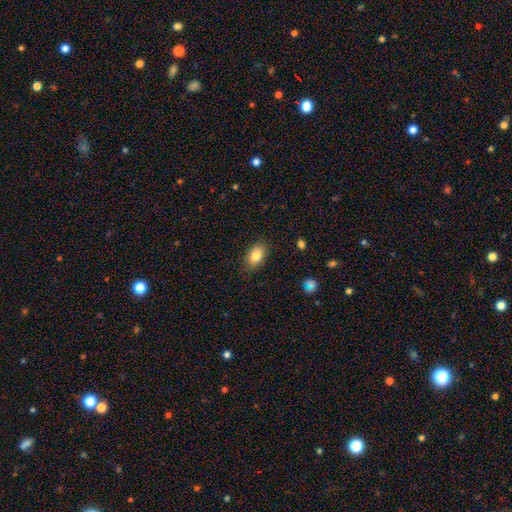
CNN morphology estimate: Smooth or featured? smooth (84%)
How rounded? in between (89%)
Merging? none (85%)